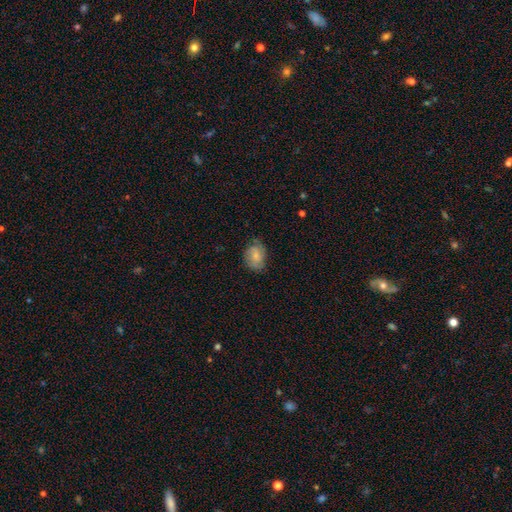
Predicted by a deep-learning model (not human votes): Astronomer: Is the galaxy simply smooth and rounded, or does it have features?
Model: smooth — 62%.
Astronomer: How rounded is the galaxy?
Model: in between — 67%.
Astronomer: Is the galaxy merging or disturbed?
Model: none — 68%.